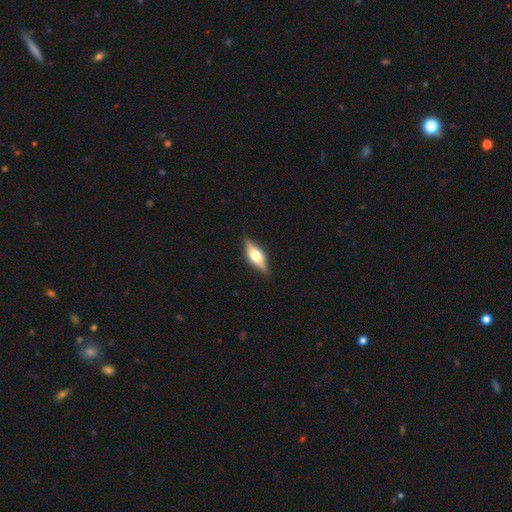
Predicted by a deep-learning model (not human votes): Smooth or featured: featured or disk — 57% (smooth — 37%)
Edge-on disk: yes — 92% (no — 8%)
Edge-on bulge: rounded — 91% (boxy — 8%)
Merging: none — 86% (minor disturbance — 10%)